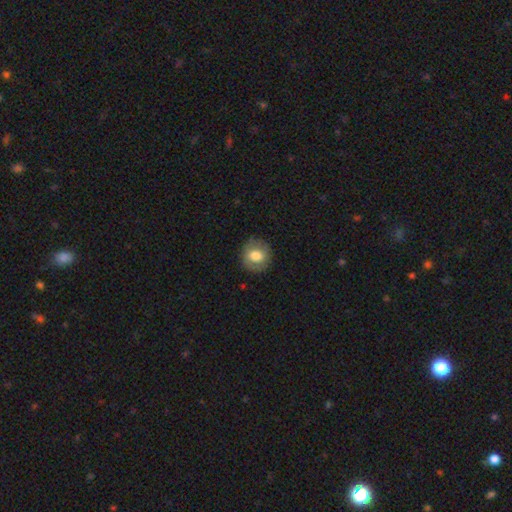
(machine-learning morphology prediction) smooth-or-featured: smooth: 71% | featured or disk: 21% | star or artifact: 8%
  how-rounded: round: 86% | in between: 13% | cigar-shaped: 1%
  merging: none: 86% | minor disturbance: 10% | major disturbance: 3% | merger: 1%